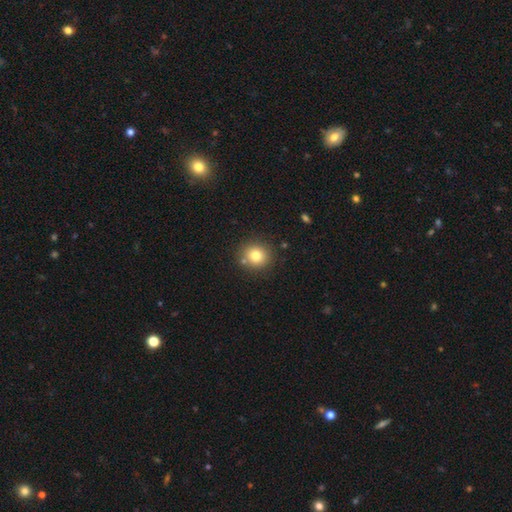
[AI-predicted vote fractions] Smooth or featured?
  - smooth: 79% *
  - star or artifact: 12%
  - featured or disk: 9%
How rounded?
  - round: 89% *
  - in between: 10%
  - cigar-shaped: 1%
Merging?
  - none: 82% *
  - minor disturbance: 9%
  - merger: 6%
  - major disturbance: 3%